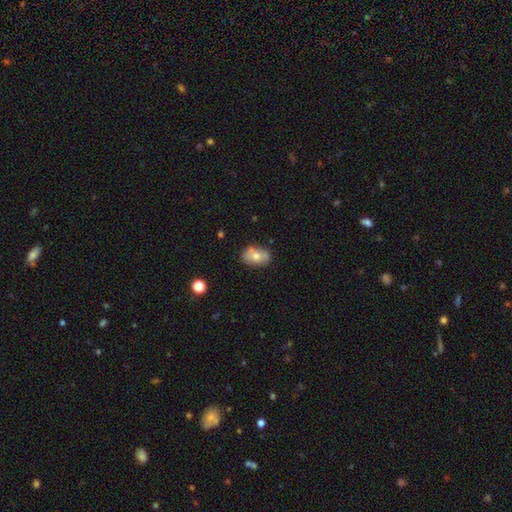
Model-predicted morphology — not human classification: A smooth galaxy with no disk features (68%) that is in between round and cigar-shaped (85%).

Vote fractions:
- Smooth or featured? smooth: 68% / featured or disk: 24% / star or artifact: 8%
- How rounded? in between: 85% / round: 14% / cigar-shaped: 2%
- Merging? none: 75% / minor disturbance: 18% / merger: 4% / major disturbance: 3%